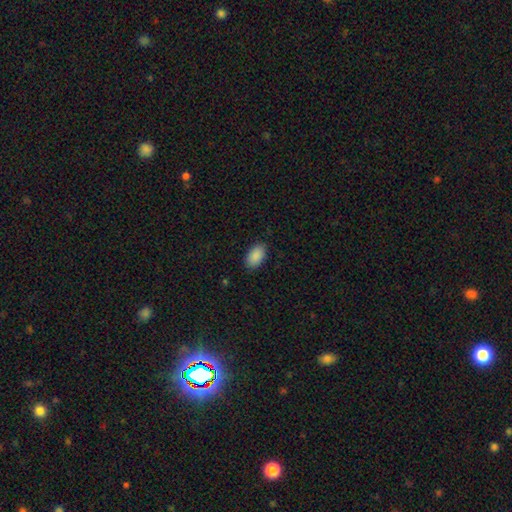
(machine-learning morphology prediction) smooth_or_featured: smooth (p=0.89) [alt: star or artifact p=0.07]
how_rounded: in between (p=0.94) [alt: round p=0.04]
merging: none (p=0.88) [alt: minor disturbance p=0.09]